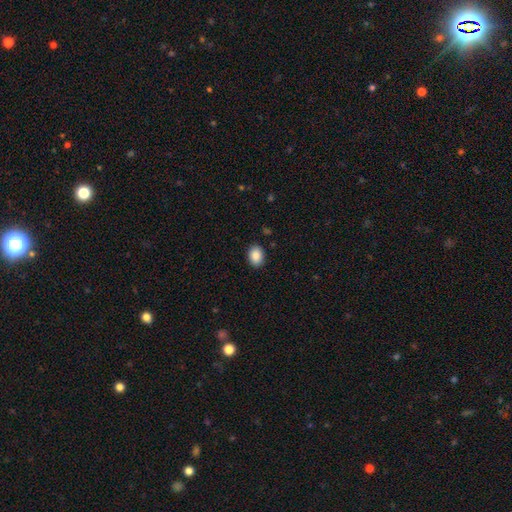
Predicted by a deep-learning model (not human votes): smooth-or-featured: smooth: 88% | star or artifact: 8% | featured or disk: 4%
  how-rounded: in between: 72% | round: 27% | cigar-shaped: 1%
  merging: none: 89% | minor disturbance: 8% | major disturbance: 2% | merger: 1%